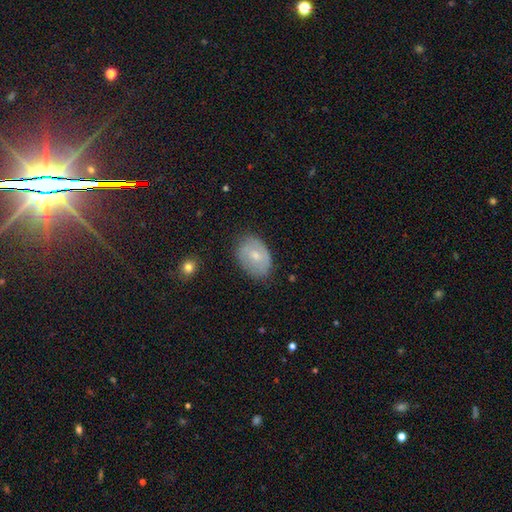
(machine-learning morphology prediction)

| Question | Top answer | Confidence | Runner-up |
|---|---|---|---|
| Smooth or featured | smooth | 56% | featured or disk (36%) |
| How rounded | in between | 77% | round (22%) |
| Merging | none | 74% | minor disturbance (21%) |